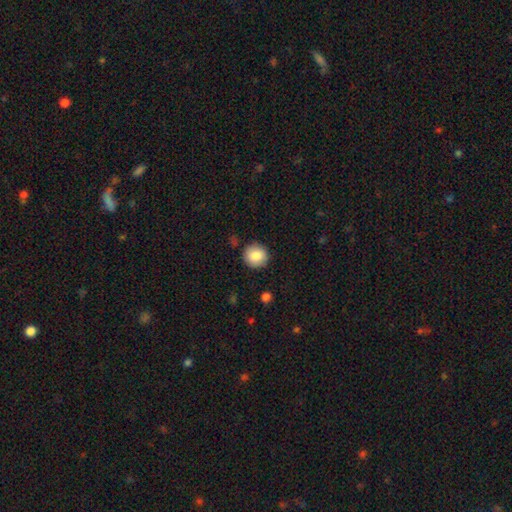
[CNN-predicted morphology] smooth_or_featured: smooth (p=0.86) [alt: star or artifact p=0.08]
how_rounded: round (p=0.91) [alt: in between p=0.08]
merging: none (p=0.88) [alt: minor disturbance p=0.08]